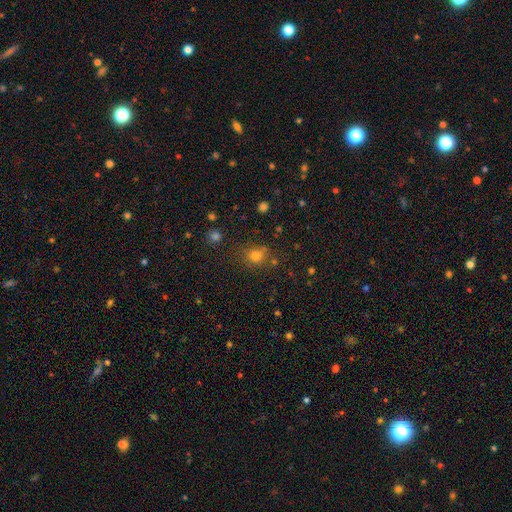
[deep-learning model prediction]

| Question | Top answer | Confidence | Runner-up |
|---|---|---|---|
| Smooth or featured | smooth | 73% | star or artifact (20%) |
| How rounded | round | 79% | in between (20%) |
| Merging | none | 72% | minor disturbance (13%) |